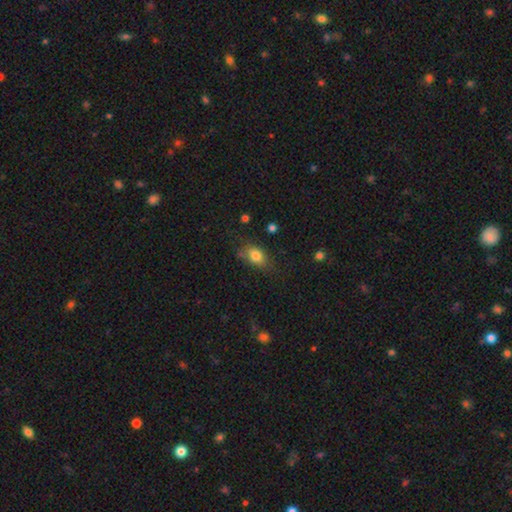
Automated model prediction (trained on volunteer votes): A smooth galaxy with no disk features (80%) that is in between round and cigar-shaped (80%).

Vote fractions:
- Smooth or featured? smooth: 80% / star or artifact: 10% / featured or disk: 10%
- How rounded? in between: 80% / round: 18% / cigar-shaped: 3%
- Merging? none: 70% / minor disturbance: 21% / major disturbance: 6% / merger: 4%